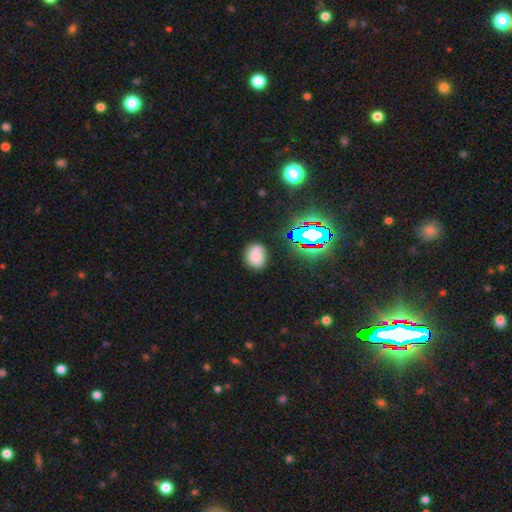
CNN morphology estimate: Q: Smooth or featured?
A: smooth (71%); runner-up: star or artifact (18%)
Q: How rounded?
A: in between (52%); runner-up: round (47%)
Q: Merging?
A: none (78%); runner-up: minor disturbance (16%)